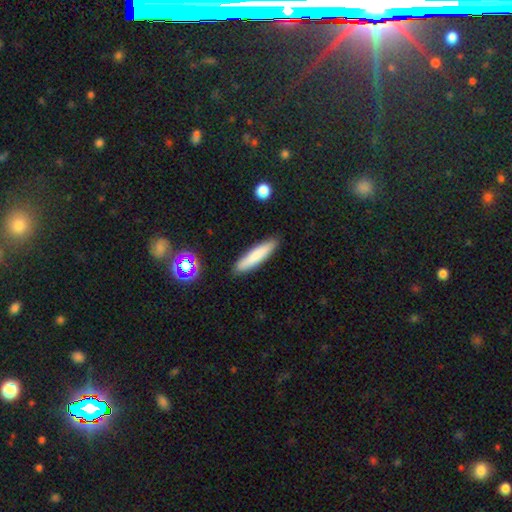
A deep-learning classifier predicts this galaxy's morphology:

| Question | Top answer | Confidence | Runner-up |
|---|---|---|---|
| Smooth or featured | smooth | 78% | featured or disk (15%) |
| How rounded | cigar-shaped | 84% | in between (14%) |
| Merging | none | 89% | minor disturbance (8%) |